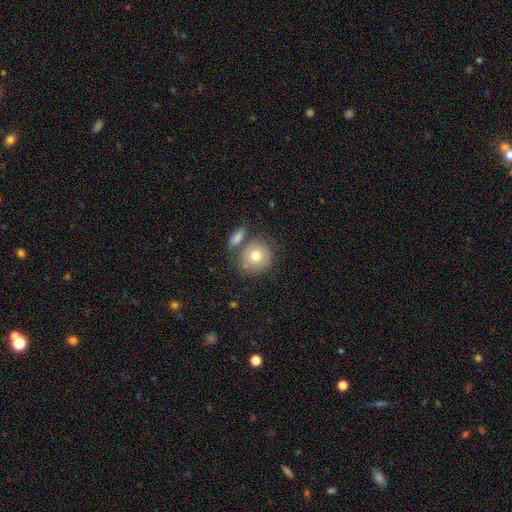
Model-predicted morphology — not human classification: type=smooth (75%); roundness=round (87%); merging=none (61%).